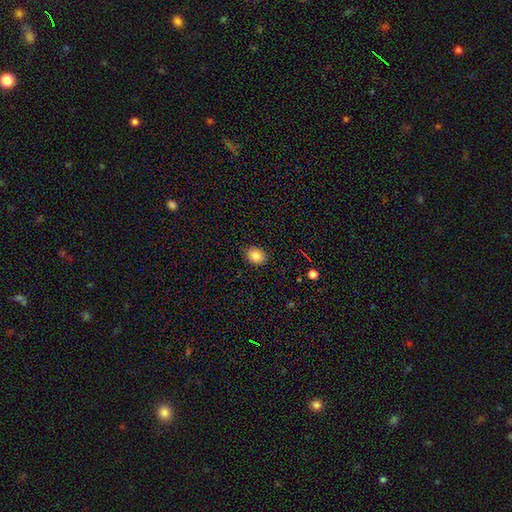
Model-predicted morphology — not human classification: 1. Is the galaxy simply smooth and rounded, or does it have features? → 85% smooth, 10% star or artifact, 6% featured or disk.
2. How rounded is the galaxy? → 56% in between, 43% round, 1% cigar-shaped.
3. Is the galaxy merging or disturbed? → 85% none, 12% minor disturbance, 2% major disturbance, 1% merger.